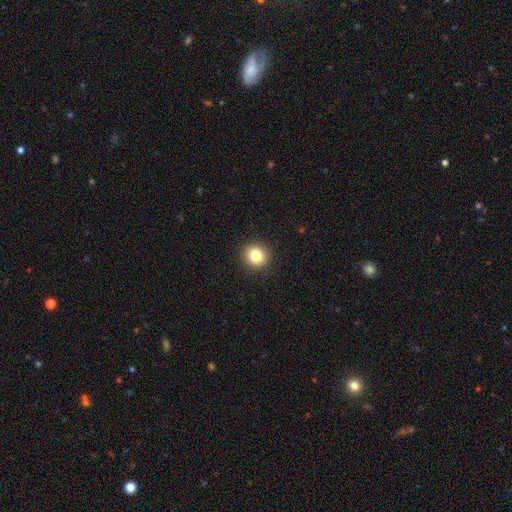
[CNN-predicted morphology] Q: Smooth or featured?
A: smooth (84%); runner-up: star or artifact (10%)
Q: How rounded?
A: round (85%); runner-up: in between (14%)
Q: Merging?
A: none (91%); runner-up: minor disturbance (6%)